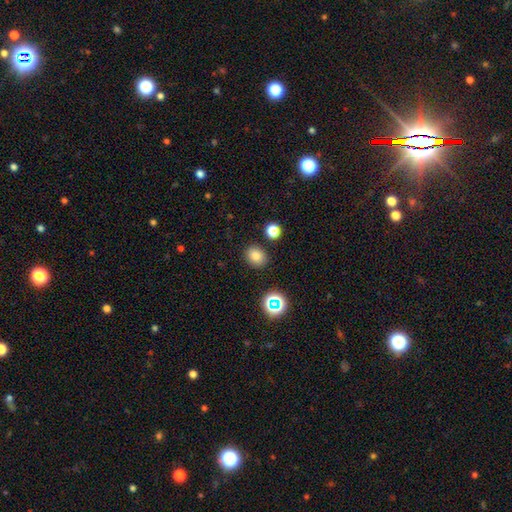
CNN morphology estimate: A smooth galaxy with no disk features (78%) that is round (64%). Merging: none (86%).